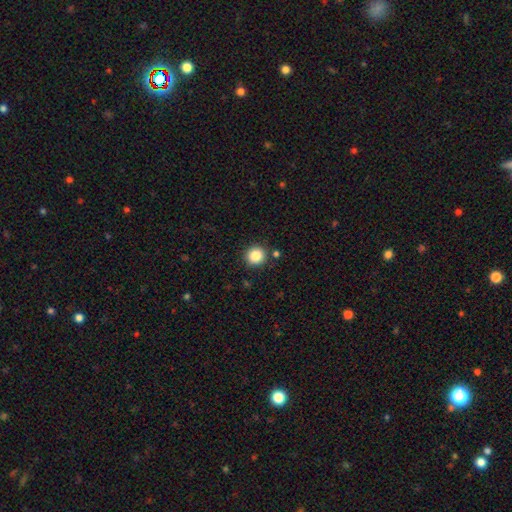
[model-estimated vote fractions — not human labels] The model was most divided on "smooth or featured": smooth: 85%, star or artifact: 10%, featured or disk: 5%. More confident: how rounded — round (93%); merging — none (89%).